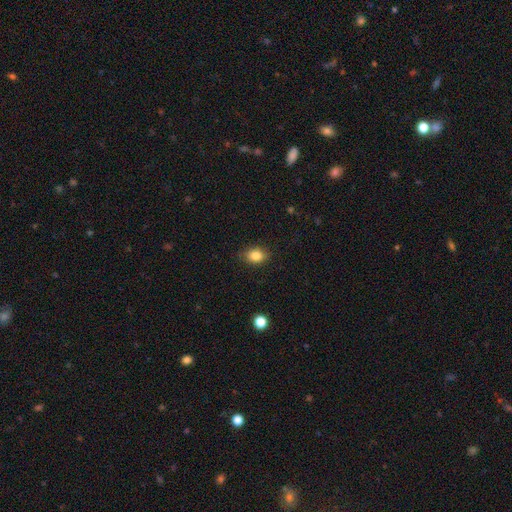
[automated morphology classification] A smooth galaxy with no disk features (84%) that is in between round and cigar-shaped (64%).

Vote fractions:
- Smooth or featured? smooth: 84% / star or artifact: 10% / featured or disk: 6%
- How rounded? in between: 64% / round: 34% / cigar-shaped: 1%
- Merging? none: 82% / minor disturbance: 14% / major disturbance: 3% / merger: 1%